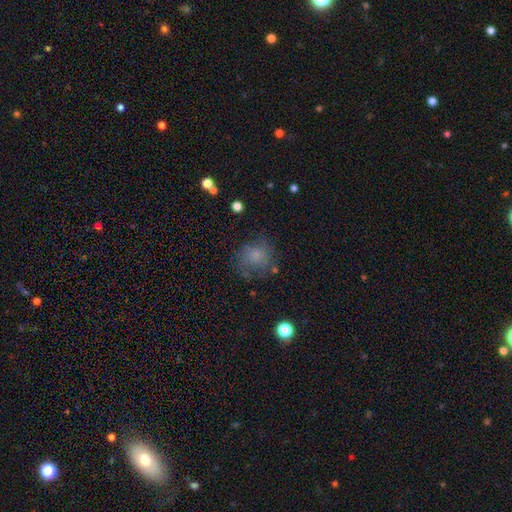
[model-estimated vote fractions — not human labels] A smooth galaxy with no disk features (66%) that is round (78%). Merging: none (59%).